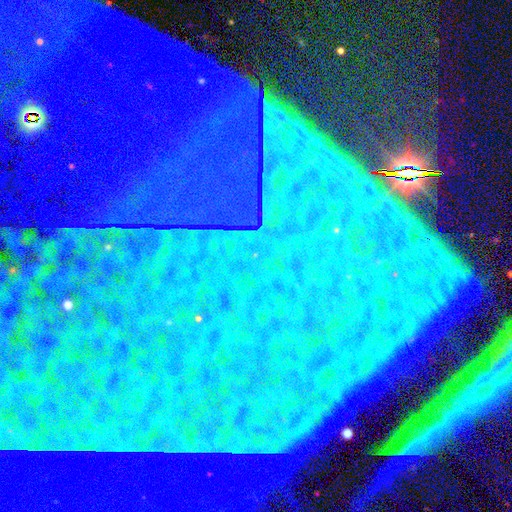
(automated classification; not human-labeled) smooth-or-featured: star or artifact: 86% | featured or disk: 7% | smooth: 7%